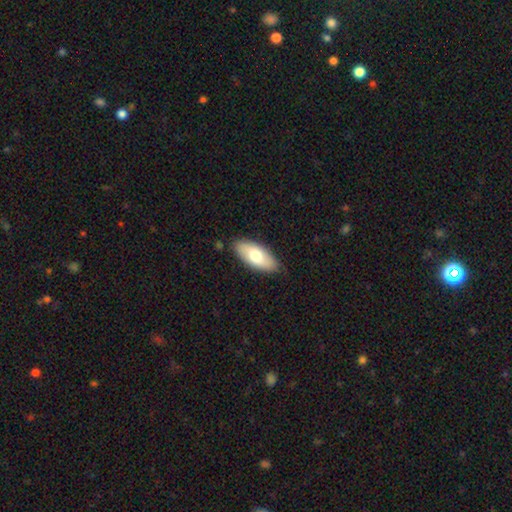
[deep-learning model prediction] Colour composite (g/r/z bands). It shows a smooth galaxy with no disk features (70%) that is in between round and cigar-shaped (88%). Merging: none (85%).